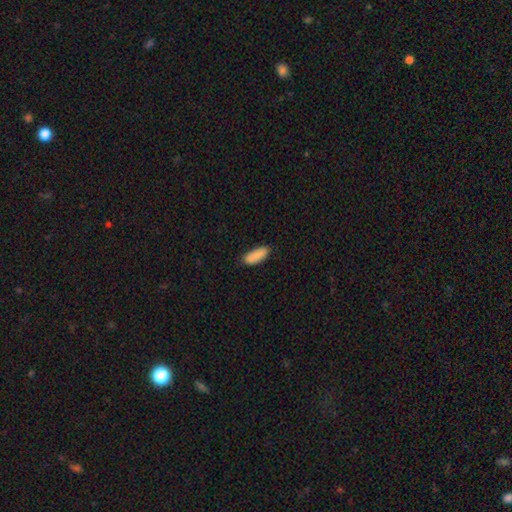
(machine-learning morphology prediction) A smooth galaxy with no disk features (89%) that is in between round and cigar-shaped (75%).

Vote fractions:
- Smooth or featured? smooth: 89% / star or artifact: 6% / featured or disk: 5%
- How rounded? in between: 75% / cigar-shaped: 23% / round: 2%
- Merging? none: 83% / minor disturbance: 13% / major disturbance: 2% / merger: 1%